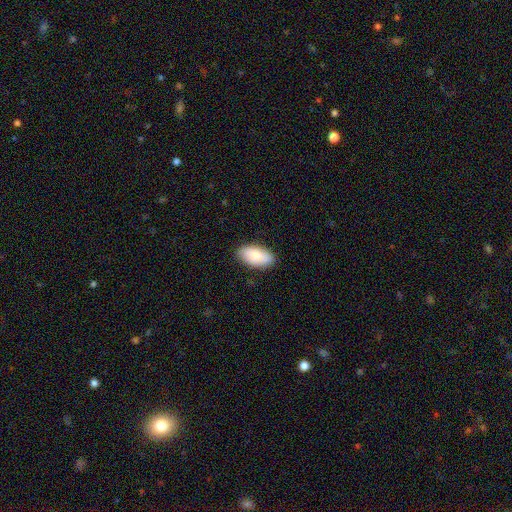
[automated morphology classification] This appears to be a smooth galaxy with no disk features (85%) that is in between round and cigar-shaped (94%). Merging: none (87%).